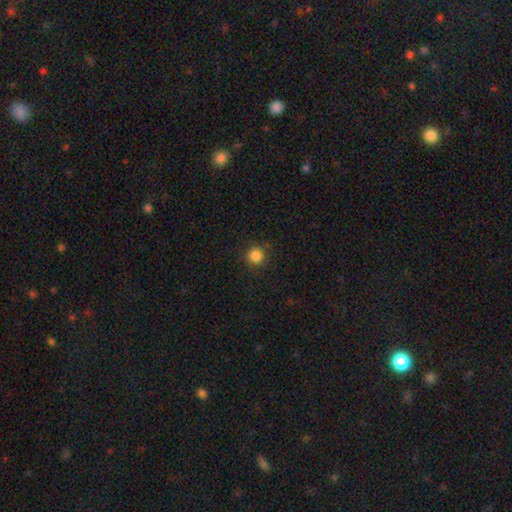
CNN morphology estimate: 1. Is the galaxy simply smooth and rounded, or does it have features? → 85% smooth, 12% star or artifact, 4% featured or disk.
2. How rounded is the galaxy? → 95% round, 4% in between, 1% cigar-shaped.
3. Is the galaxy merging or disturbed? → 90% none, 7% minor disturbance, 2% major disturbance, 1% merger.